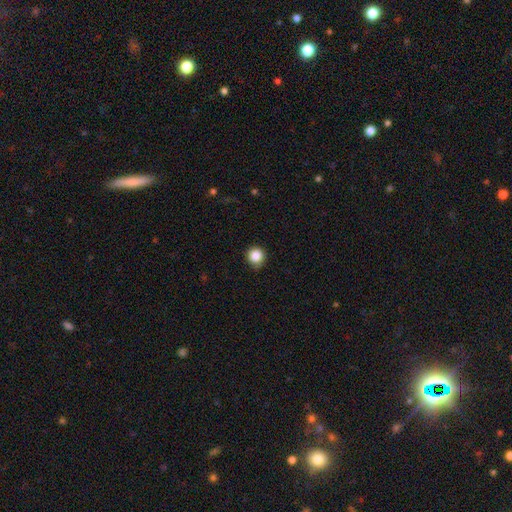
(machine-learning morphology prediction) type=smooth (86%); roundness=round (93%); merging=none (81%).